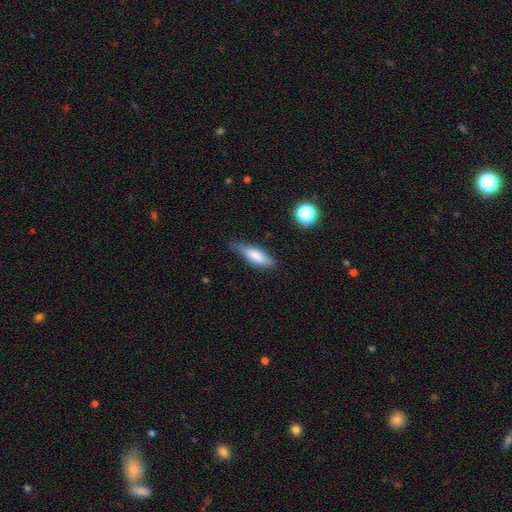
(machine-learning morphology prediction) smooth-or-featured: smooth: 76% | featured or disk: 17% | star or artifact: 7%
  how-rounded: in between: 52% | cigar-shaped: 46% | round: 2%
  merging: none: 62% | minor disturbance: 30% | major disturbance: 7% | merger: 2%